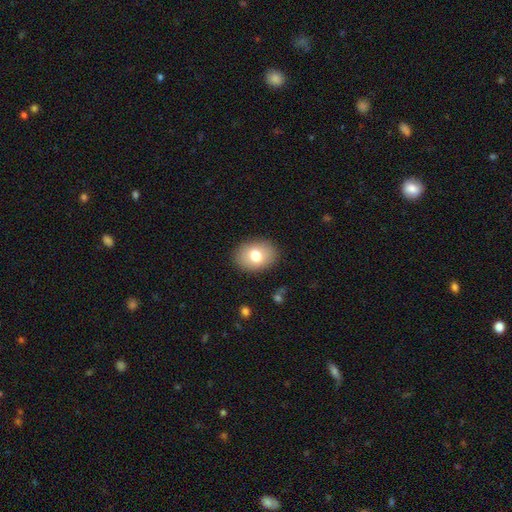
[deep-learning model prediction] smooth 76%, featured or disk 16%, star or artifact 8%. Down the decision tree: how rounded — in between (71%); merging — none (88%).